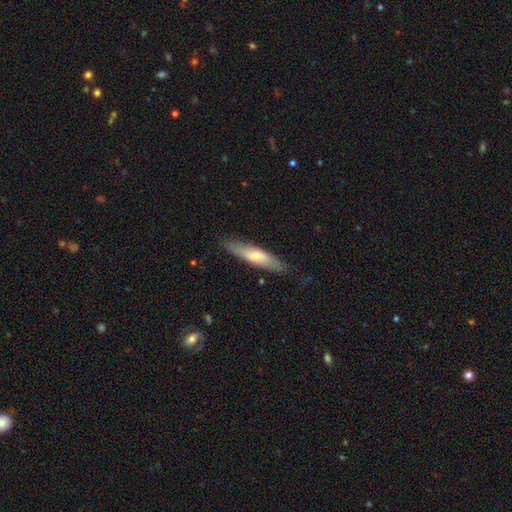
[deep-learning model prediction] A smooth galaxy with no disk features (59%) that is cigar-shaped (80%). Merging: none (85%).